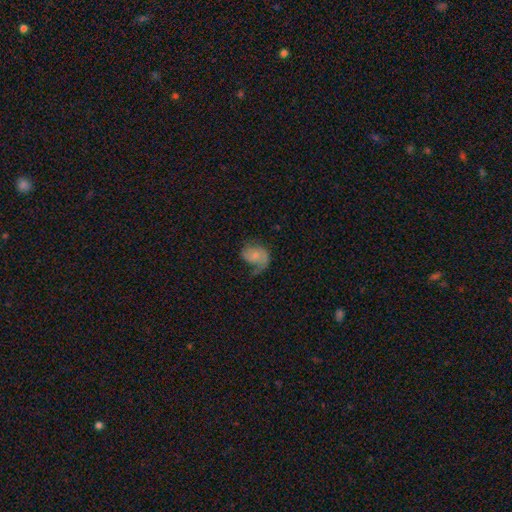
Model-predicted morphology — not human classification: smooth_or_featured: featured or disk (p=0.55) [alt: smooth p=0.37]
disk_edge_on: no (p=0.98) [alt: yes p=0.02]
bar: no (p=0.74) [alt: weak p=0.22]
has_spiral_arms: yes (p=0.84) [alt: no p=0.16]
bulge_size: small (p=0.61) [alt: moderate p=0.26]
merging: none (p=0.36) [alt: major disturbance p=0.34]